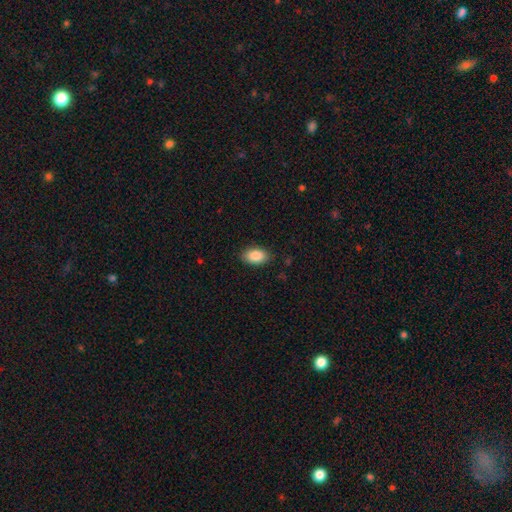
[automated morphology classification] A smooth galaxy with no disk features (88%) that is in between round and cigar-shaped (92%). Merging: none (87%).